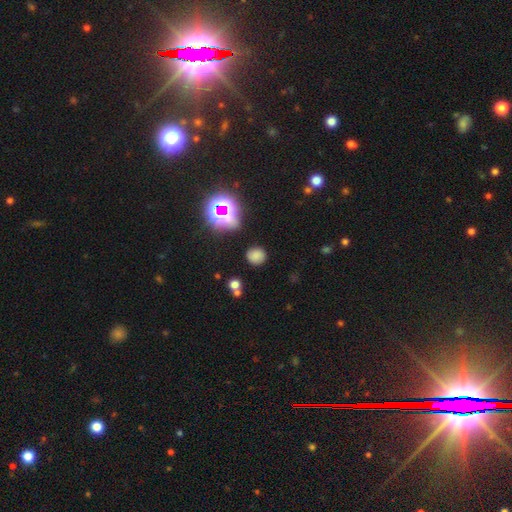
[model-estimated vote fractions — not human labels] A smooth galaxy with no disk features (72%) that is round (82%).

Vote fractions:
- Smooth or featured? smooth: 72% / star or artifact: 21% / featured or disk: 8%
- How rounded? round: 82% / in between: 17% / cigar-shaped: 1%
- Merging? none: 82% / minor disturbance: 11% / major disturbance: 4% / merger: 3%